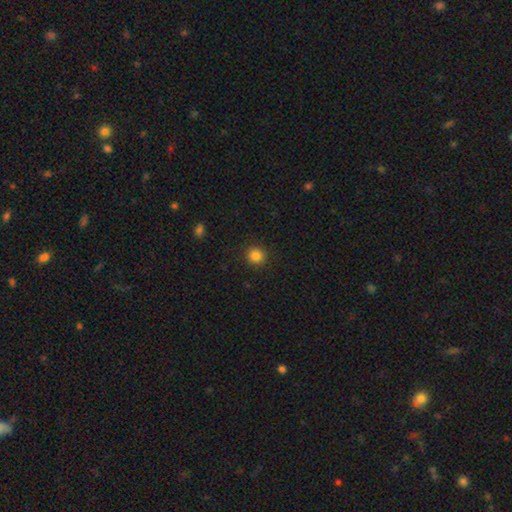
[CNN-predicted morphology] smooth_or_featured: smooth (p=0.84) [alt: star or artifact p=0.12]
how_rounded: round (p=0.93) [alt: in between p=0.07]
merging: none (p=0.91) [alt: minor disturbance p=0.06]